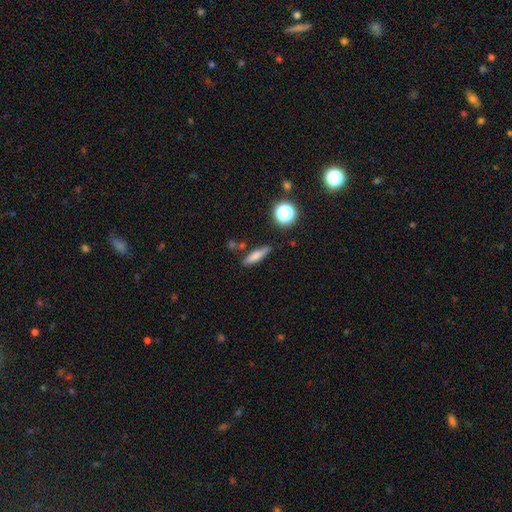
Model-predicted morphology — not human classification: A smooth galaxy with no disk features (75%) that is cigar-shaped (66%). Merging: none (80%).